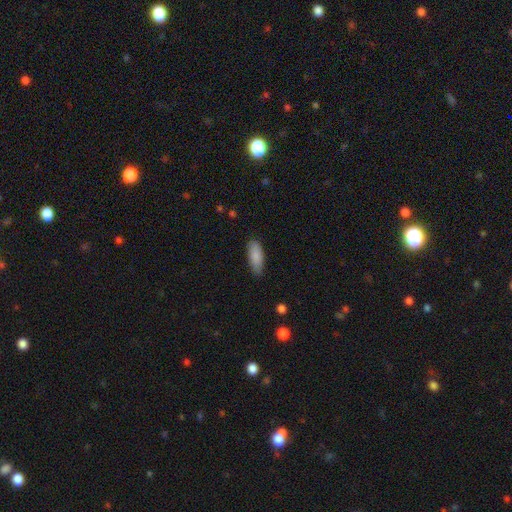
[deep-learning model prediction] smooth-or-featured: smooth: 87% | featured or disk: 7% | star or artifact: 6%
  how-rounded: in between: 76% | cigar-shaped: 22% | round: 2%
  merging: none: 76% | minor disturbance: 20% | major disturbance: 3% | merger: 1%